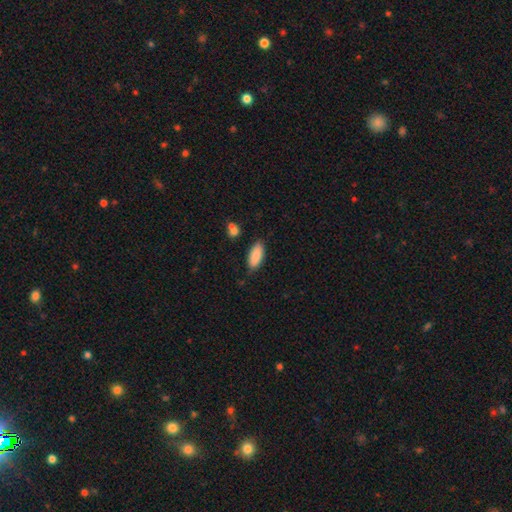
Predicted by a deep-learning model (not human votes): Overall: smooth (88%). How rounded: in between (83%). Merging: none (82%).